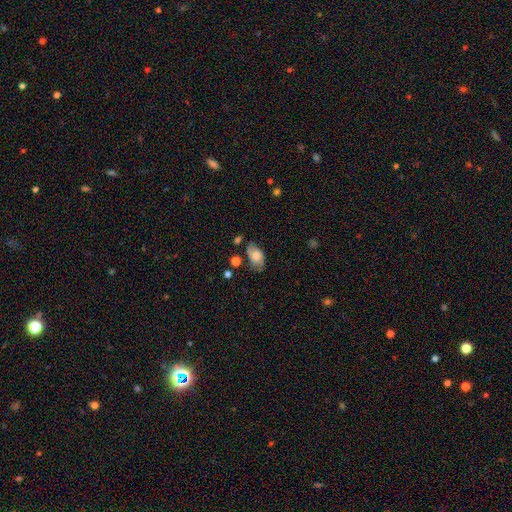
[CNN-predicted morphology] This appears to be a smooth galaxy with no disk features (53%) that is in between round and cigar-shaped (89%). Merging: none (59%).